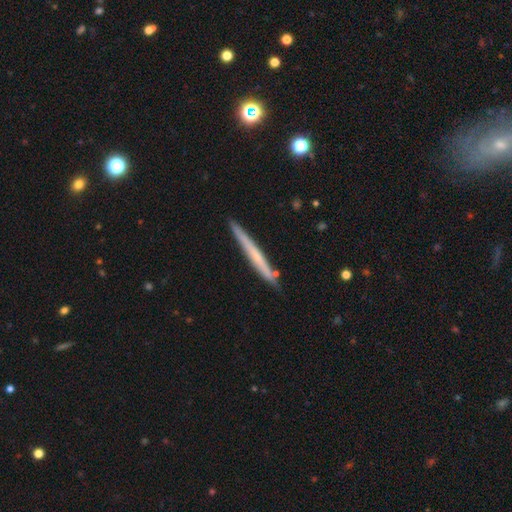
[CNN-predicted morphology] A featured or disk galaxy (51%) viewed edge-on (96%).

Vote fractions:
- Smooth or featured? featured or disk: 51% / smooth: 43% / star or artifact: 6%
- Edge-on disk? yes: 96% / no: 4%
- Merging? none: 85% / minor disturbance: 11% / merger: 2% / major disturbance: 2%